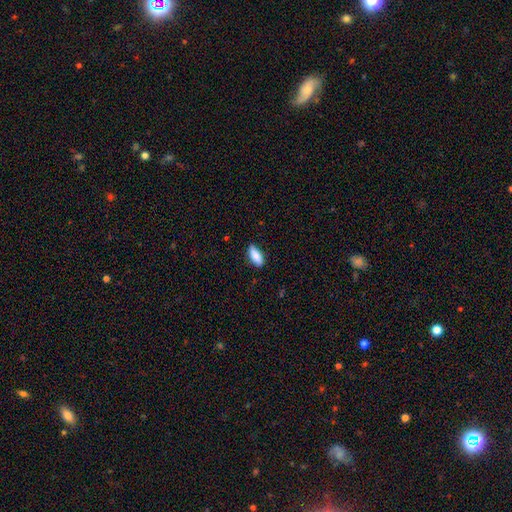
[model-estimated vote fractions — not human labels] This is clearly a smooth galaxy (82%). How rounded: likely in between (79%). Merging: clearly none (83%).